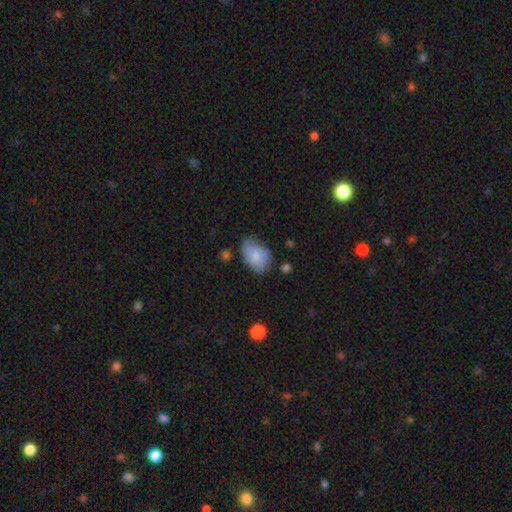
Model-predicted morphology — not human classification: A smooth galaxy with no disk features (79%) that is in between round and cigar-shaped (85%). Merging: none (57%).